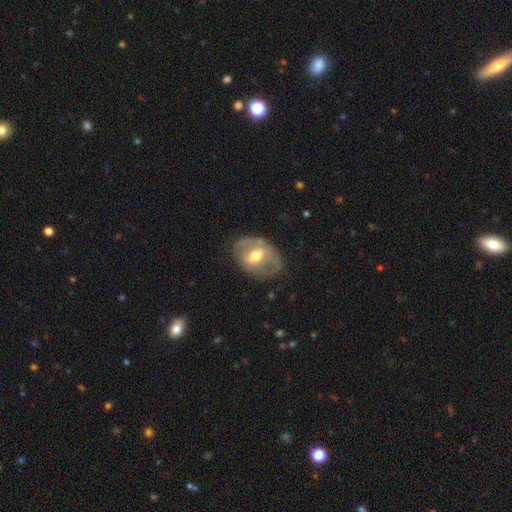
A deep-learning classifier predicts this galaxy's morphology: featured or disk 56%, smooth 38%, star or artifact 6%. Down the decision tree: edge-on disk — no (93%); bar — weak (44%); spiral arms — no (60%); bulge size — moderate (73%); merging — none (63%).